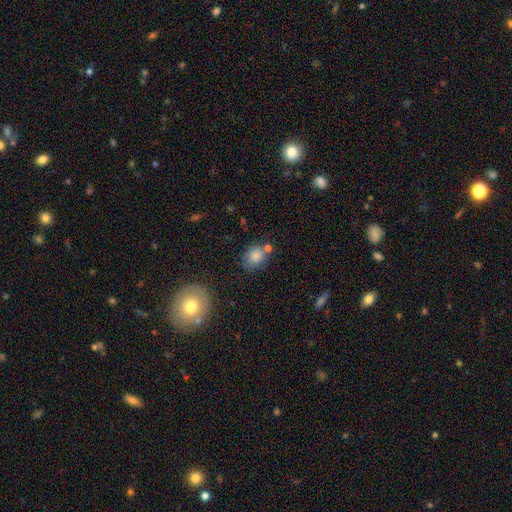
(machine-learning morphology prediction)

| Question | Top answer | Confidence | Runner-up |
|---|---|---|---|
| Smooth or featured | smooth | 82% | star or artifact (9%) |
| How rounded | in between | 58% | round (40%) |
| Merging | none | 66% | minor disturbance (16%) |